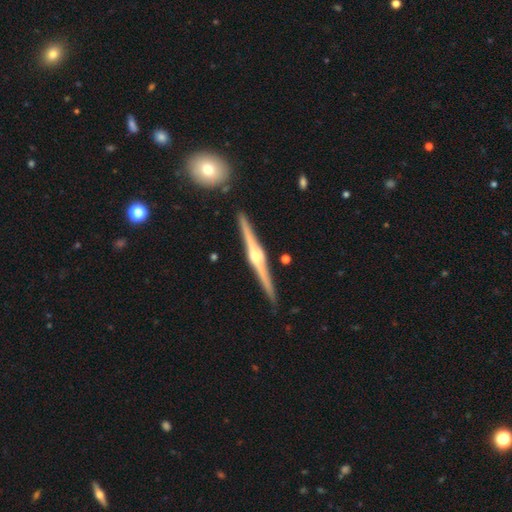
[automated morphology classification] smooth-or-featured: featured or disk: 88% | smooth: 8% | star or artifact: 4%
  disk-edge-on: yes: 99% | no: 1%
    edge-on-bulge: rounded: 91% | boxy: 6% | none: 3%
  merging: none: 91% | minor disturbance: 6% | merger: 2% | major disturbance: 1%